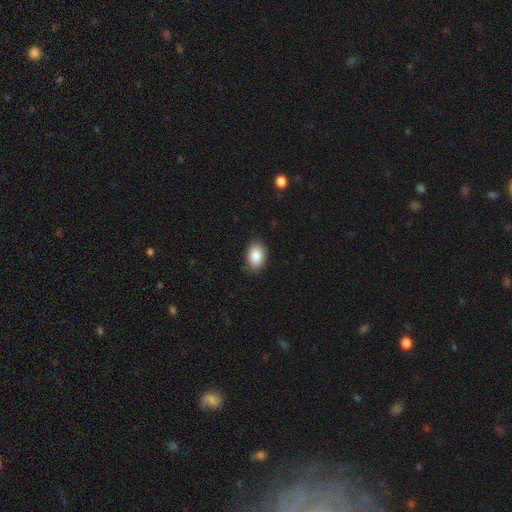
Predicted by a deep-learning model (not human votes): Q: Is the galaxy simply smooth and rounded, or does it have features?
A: smooth — 88%.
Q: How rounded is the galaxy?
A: in between — 87%.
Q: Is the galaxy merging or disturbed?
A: none — 80%.